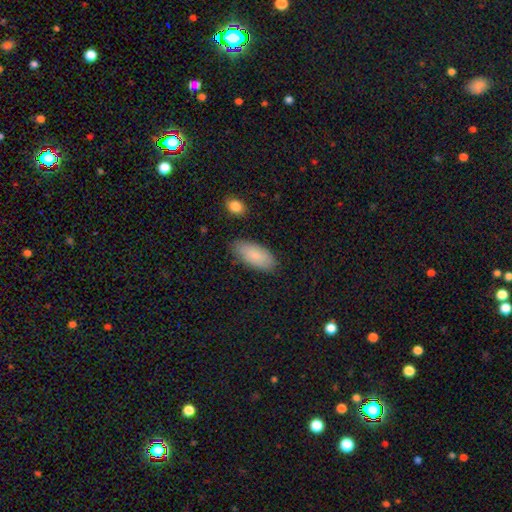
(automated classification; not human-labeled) A smooth galaxy with no disk features (84%) that is in between round and cigar-shaped (90%).

Vote fractions:
- Smooth or featured? smooth: 84% / featured or disk: 10% / star or artifact: 6%
- How rounded? in between: 90% / cigar-shaped: 9% / round: 2%
- Merging? none: 80% / minor disturbance: 15% / major disturbance: 3% / merger: 2%